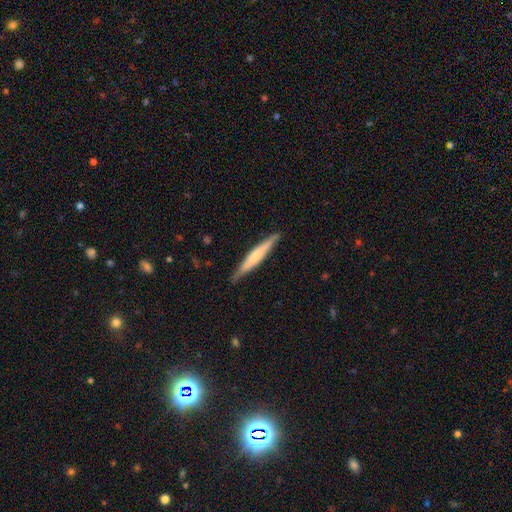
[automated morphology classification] Q: Smooth or featured?
A: featured or disk (50%); runner-up: smooth (45%)
Q: Merging?
A: none (86%); runner-up: minor disturbance (11%)